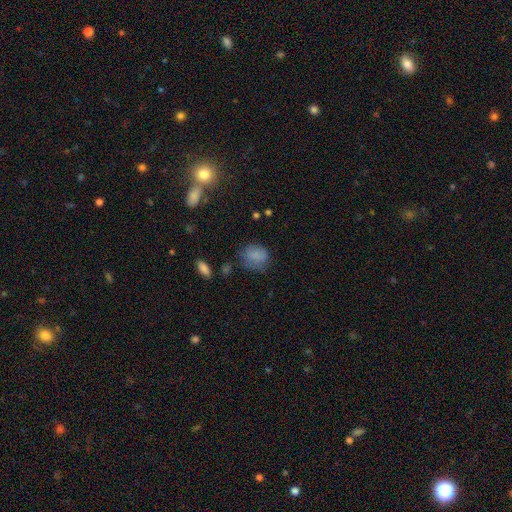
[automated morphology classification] Smooth or featured? smooth (78%)
How rounded? round (62%)
Merging? none (59%)